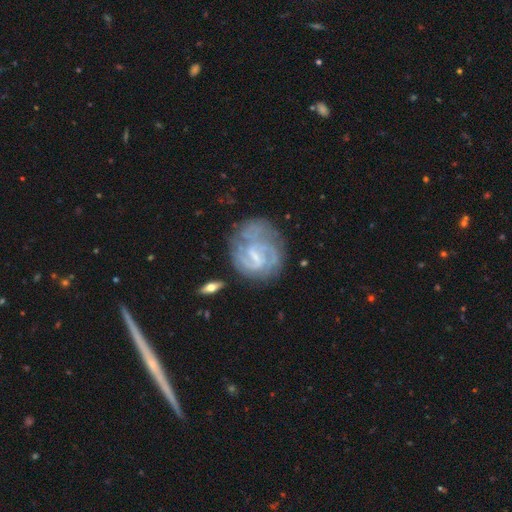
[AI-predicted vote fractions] Smooth or featured: featured or disk — 81% (smooth — 12%)
Edge-on disk: no — 98% (yes — 2%)
Bar: weak — 56% (no — 24%)
Spiral arms: yes — 88% (no — 12%)
Spiral winding: tight — 50% (medium — 37%)
Spiral arm count: can't tell — 35% (2 — 31%)
Bulge size: small — 53% (none — 29%)
Merging: none — 53% (minor disturbance — 22%)